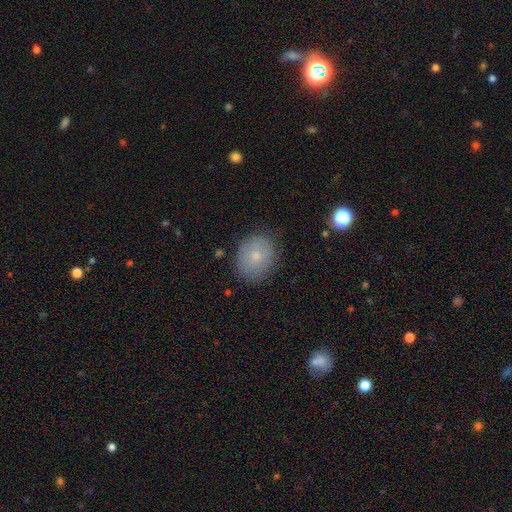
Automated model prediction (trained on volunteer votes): Overall: smooth (73%). How rounded: round (53%; in between 46%). Merging: none (81%).